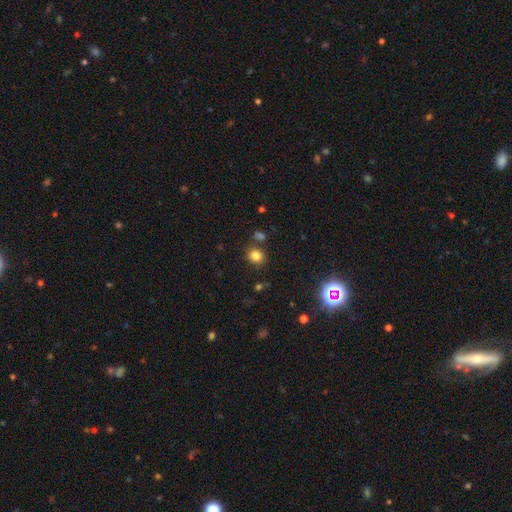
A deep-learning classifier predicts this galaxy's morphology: type=smooth (80%); roundness=round (76%); merging=none (79%).